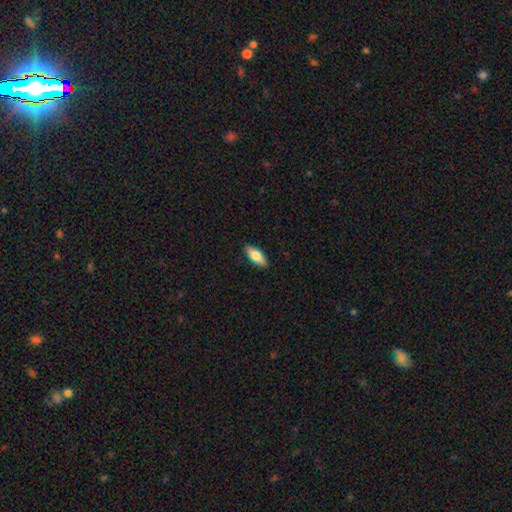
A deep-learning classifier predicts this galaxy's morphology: type=smooth (74%); roundness=in between (78%); merging=none (89%).